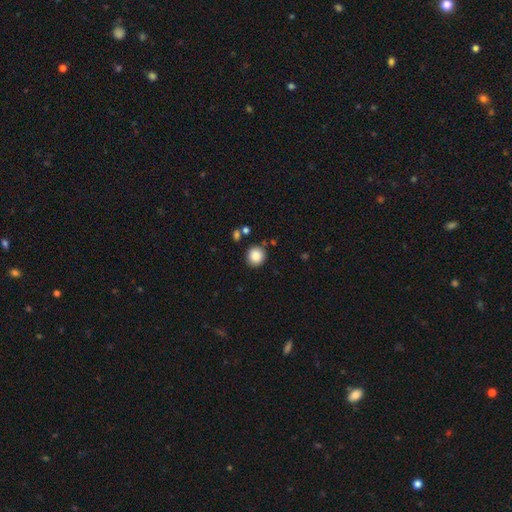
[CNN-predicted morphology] smooth-or-featured: smooth: 87% | star or artifact: 9% | featured or disk: 4%
  how-rounded: round: 91% | in between: 8% | cigar-shaped: 1%
  merging: none: 85% | minor disturbance: 8% | merger: 4% | major disturbance: 2%